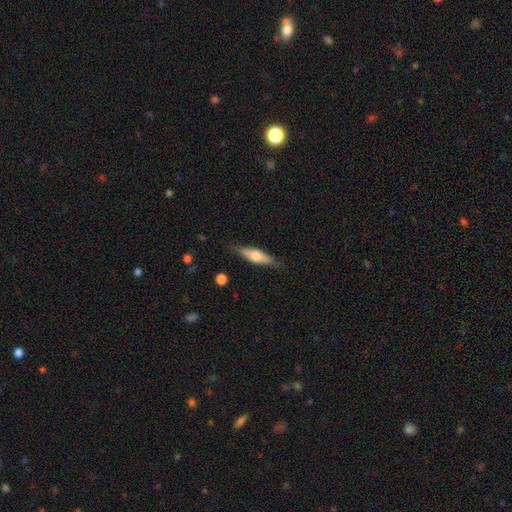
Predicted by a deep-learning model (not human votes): This appears to be a smooth galaxy with no disk features (49%). Merging: none (81%).